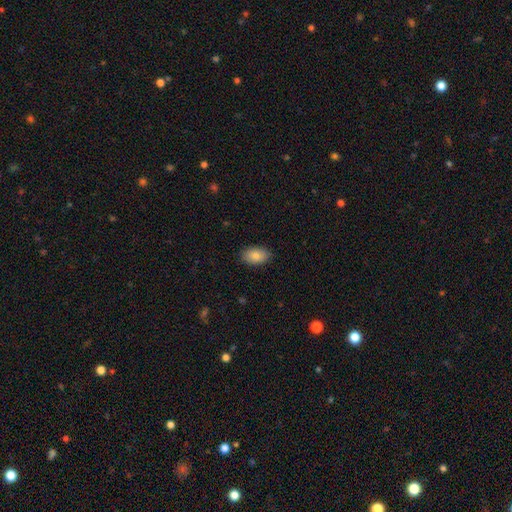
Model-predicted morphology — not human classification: smooth_or_featured: smooth (p=0.85) [alt: featured or disk p=0.08]
how_rounded: in between (p=0.92) [alt: round p=0.06]
merging: none (p=0.87) [alt: minor disturbance p=0.10]